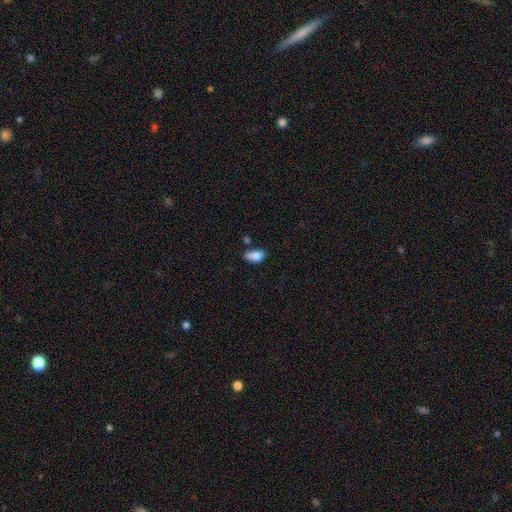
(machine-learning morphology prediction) The model was most divided on "merging": none: 46%, minor disturbance: 31%, merger: 12%, major disturbance: 10%. More confident: how rounded — in between (88%); smooth or featured — smooth (80%).